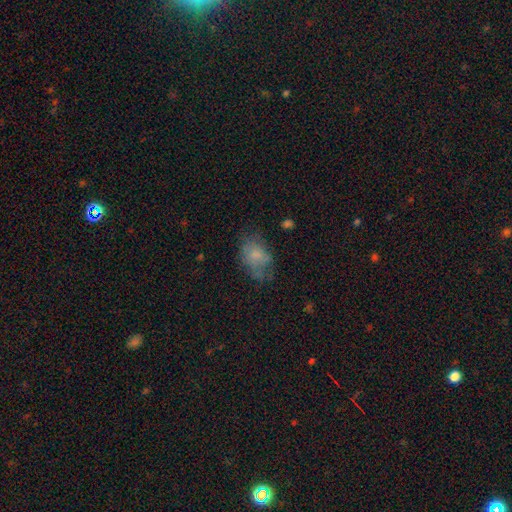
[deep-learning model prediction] Smooth or featured: smooth — 66% (featured or disk — 23%)
How rounded: in between — 79% (round — 20%)
Merging: none — 49% (minor disturbance — 29%)